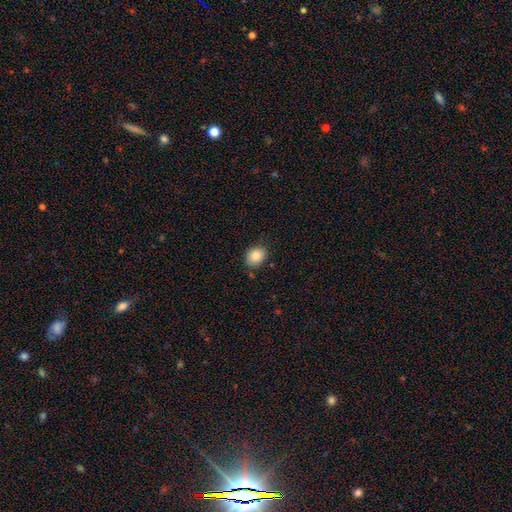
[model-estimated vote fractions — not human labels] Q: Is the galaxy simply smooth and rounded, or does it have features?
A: smooth — 85%.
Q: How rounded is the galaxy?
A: in between — 55%.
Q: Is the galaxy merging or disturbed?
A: none — 82%.